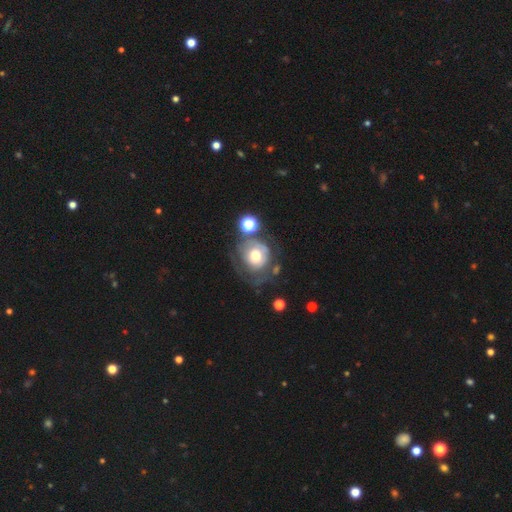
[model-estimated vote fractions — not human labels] This is possibly a featured or disk galaxy (47%). Merging: marginally none (42%).